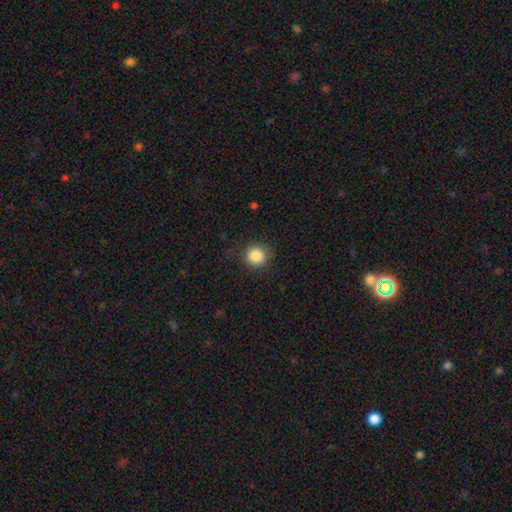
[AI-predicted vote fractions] Q: Smooth or featured?
A: smooth (86%); runner-up: star or artifact (10%)
Q: How rounded?
A: round (90%); runner-up: in between (9%)
Q: Merging?
A: none (86%); runner-up: minor disturbance (10%)